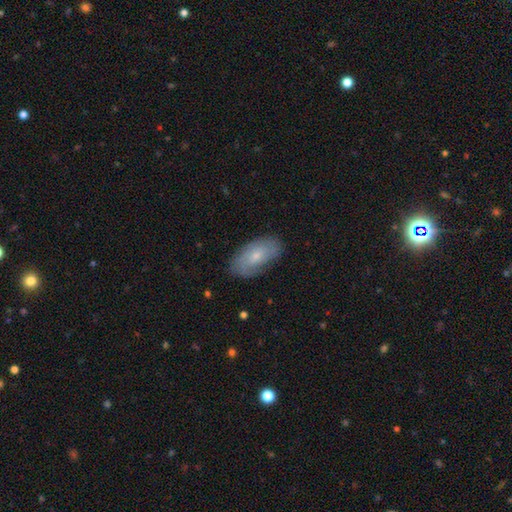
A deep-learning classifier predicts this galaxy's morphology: Overall: smooth (56%; featured or disk 37%). How rounded: in between (92%). Merging: none (78%).